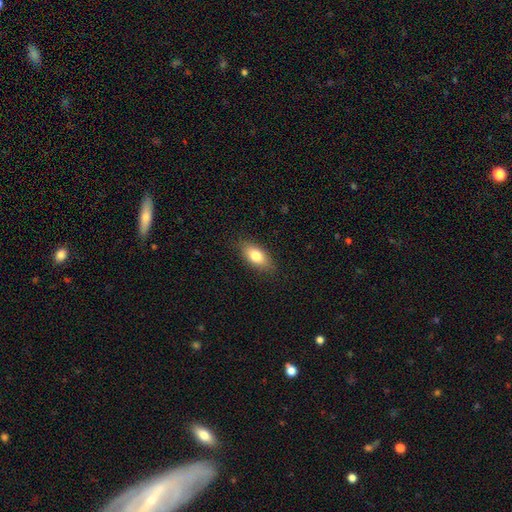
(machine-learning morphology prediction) Smooth or featured? smooth (78%)
How rounded? in between (85%)
Merging? none (84%)